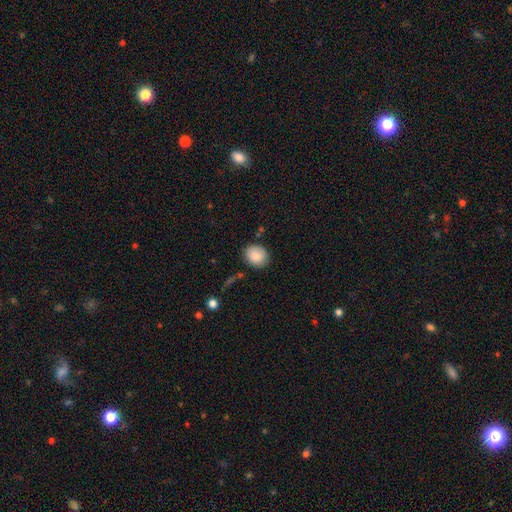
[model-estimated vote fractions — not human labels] Overall: smooth (87%). How rounded: round (68%; in between 31%). Merging: none (82%).